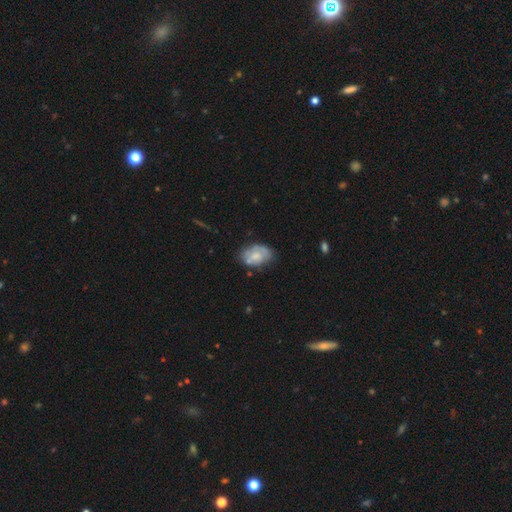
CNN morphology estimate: A smooth galaxy with no disk features (51%) that is in between round and cigar-shaped (85%).

Vote fractions:
- Smooth or featured? smooth: 51% / featured or disk: 42% / star or artifact: 7%
- How rounded? in between: 85% / round: 14% / cigar-shaped: 1%
- Merging? none: 57% / minor disturbance: 28% / major disturbance: 9% / merger: 6%